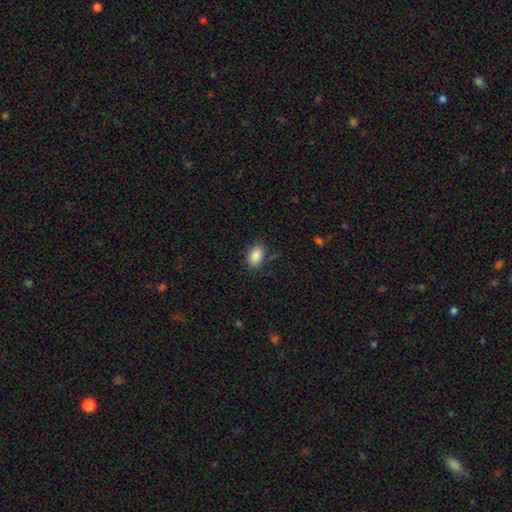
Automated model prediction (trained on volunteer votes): This is clearly a smooth galaxy (87%). How rounded: clearly in between (88%). Merging: clearly none (83%).